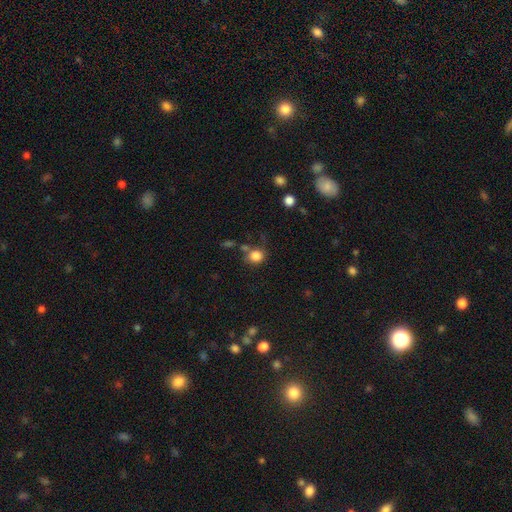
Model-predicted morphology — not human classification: smooth-or-featured: smooth: 83% | star or artifact: 11% | featured or disk: 6%
  how-rounded: round: 80% | in between: 19% | cigar-shaped: 1%
  merging: none: 63% | minor disturbance: 18% | merger: 12% | major disturbance: 8%